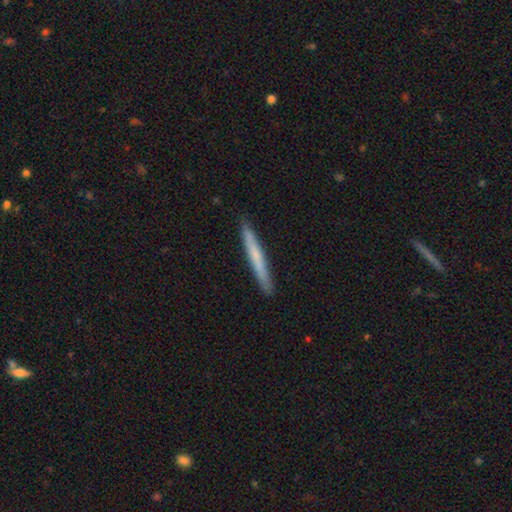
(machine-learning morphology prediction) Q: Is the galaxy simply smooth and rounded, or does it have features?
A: smooth — 61%.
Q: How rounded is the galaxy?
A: cigar-shaped — 97%.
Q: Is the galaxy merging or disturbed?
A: none — 90%.